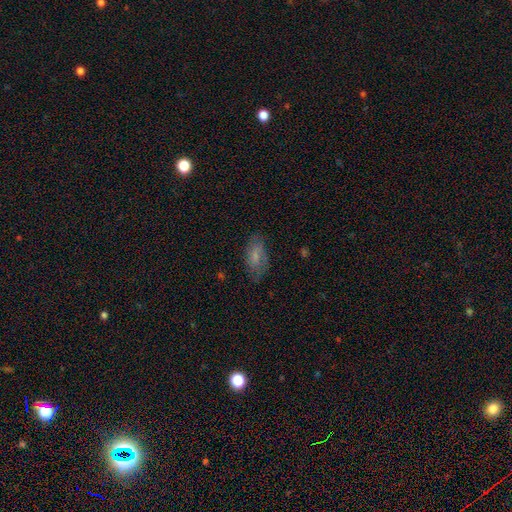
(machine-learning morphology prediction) type=smooth (64%); roundness=in between (89%); merging=none (69%).